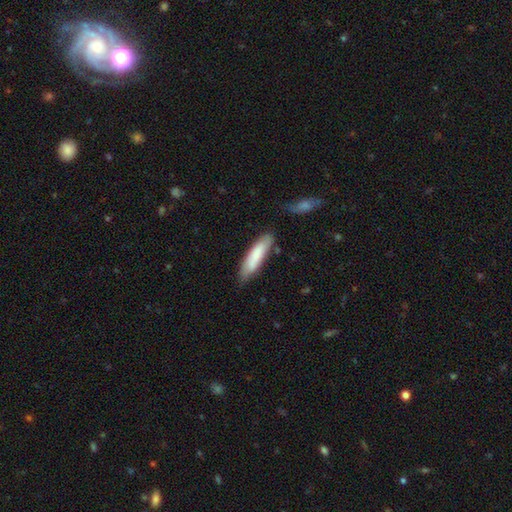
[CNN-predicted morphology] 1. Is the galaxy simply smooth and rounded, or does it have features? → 80% smooth, 14% featured or disk, 5% star or artifact.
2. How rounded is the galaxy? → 73% cigar-shaped, 26% in between, 1% round.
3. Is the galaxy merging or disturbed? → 76% none, 17% minor disturbance, 3% major disturbance, 3% merger.